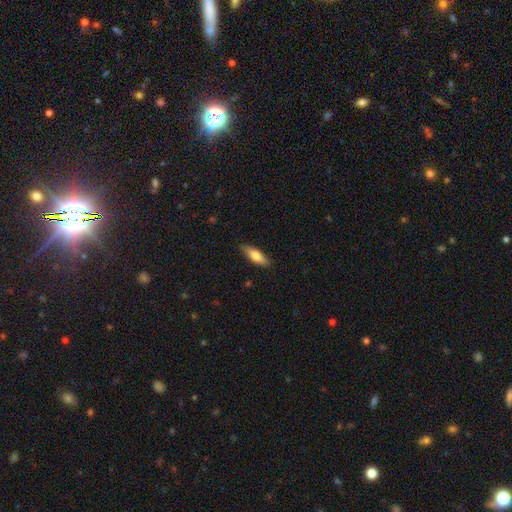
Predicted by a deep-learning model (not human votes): This appears to be a smooth galaxy with no disk features (75%) that is in between round and cigar-shaped (54%). Merging: none (87%).